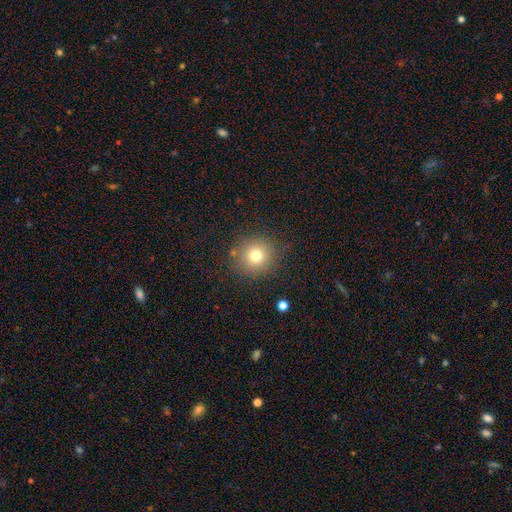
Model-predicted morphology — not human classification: smooth_or_featured: smooth (p=0.76) [alt: star or artifact p=0.14]
how_rounded: round (p=0.91) [alt: in between p=0.08]
merging: none (p=0.85) [alt: minor disturbance p=0.09]